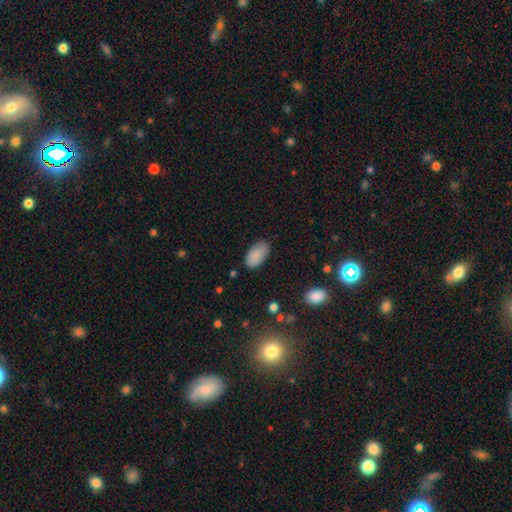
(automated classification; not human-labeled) Smooth or featured? Predicted: smooth (p=0.88). How rounded? Predicted: in between (p=0.95). Merging? Predicted: none (p=0.81).